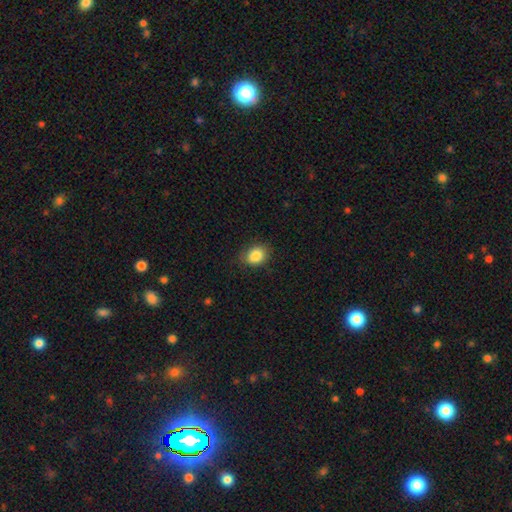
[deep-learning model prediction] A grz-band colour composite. It shows a smooth galaxy with no disk features (87%) that is in between round and cigar-shaped (60%). Merging: none (79%).